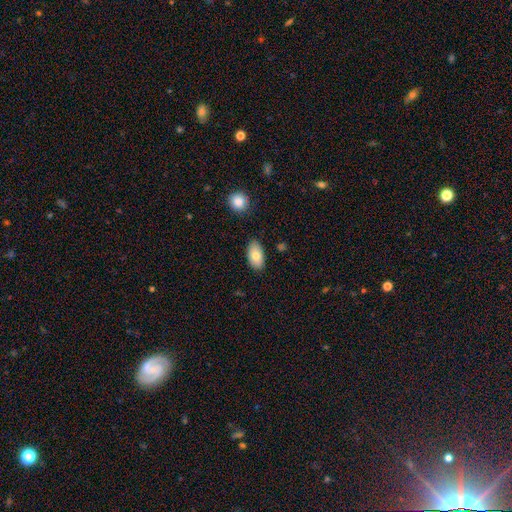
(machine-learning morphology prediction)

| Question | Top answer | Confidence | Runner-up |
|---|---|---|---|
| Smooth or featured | smooth | 78% | featured or disk (15%) |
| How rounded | in between | 93% | round (5%) |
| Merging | none | 82% | minor disturbance (13%) |